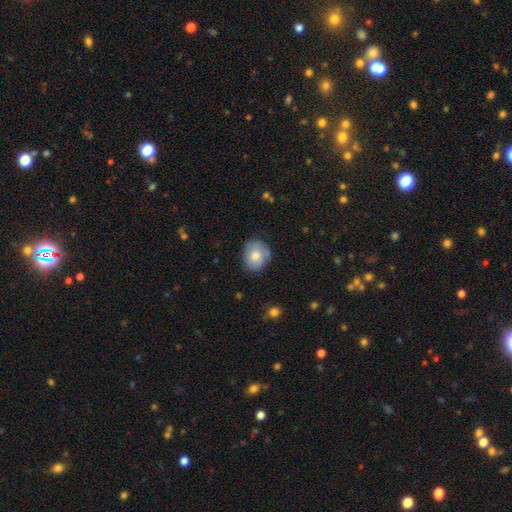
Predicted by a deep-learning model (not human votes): A smooth galaxy with no disk features (69%) that is round (54%). Merging: none (72%).